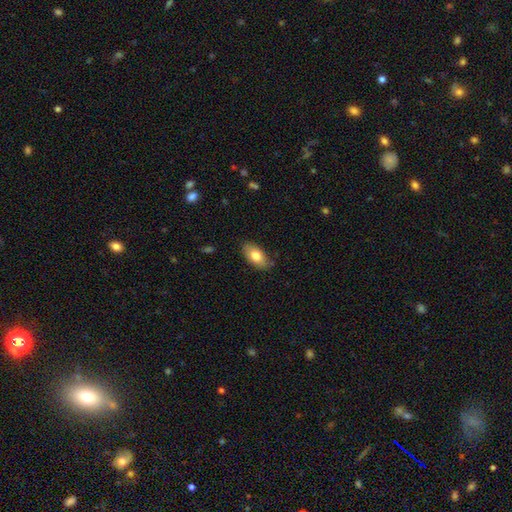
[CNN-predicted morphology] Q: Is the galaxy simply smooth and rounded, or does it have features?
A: smooth — 78%.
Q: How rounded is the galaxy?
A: in between — 92%.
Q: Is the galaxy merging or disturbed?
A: none — 81%.